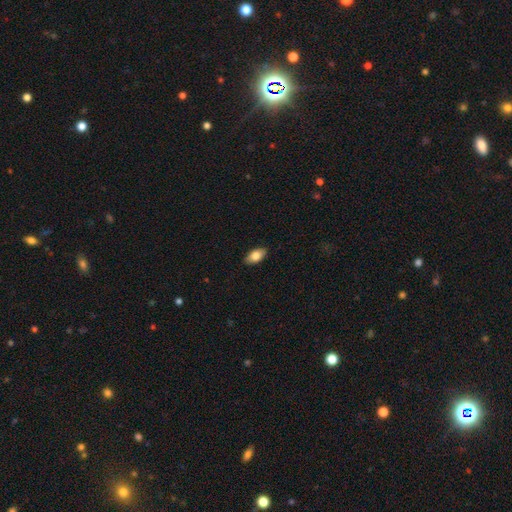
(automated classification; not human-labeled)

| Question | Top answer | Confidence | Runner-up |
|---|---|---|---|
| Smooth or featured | smooth | 81% | featured or disk (13%) |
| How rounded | in between | 92% | round (4%) |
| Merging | none | 88% | minor disturbance (9%) |